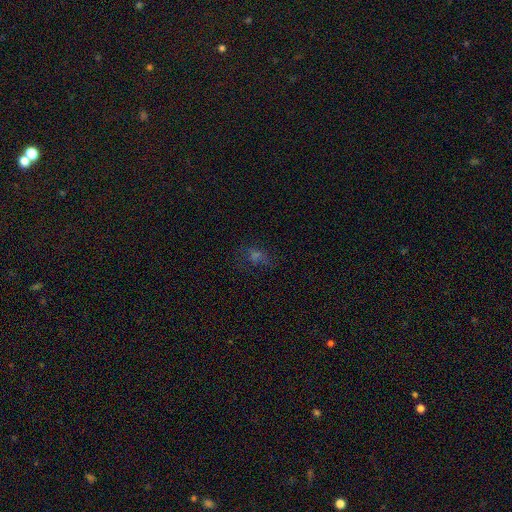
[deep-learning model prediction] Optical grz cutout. It shows a smooth galaxy with no disk features (43%). Merging: none (59%).